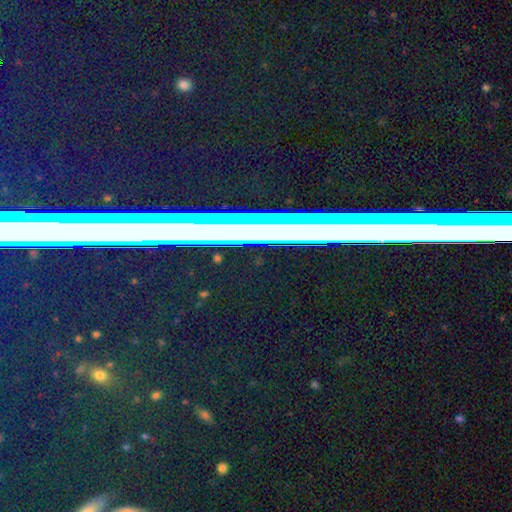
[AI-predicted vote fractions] Smooth or featured? star or artifact (69%)